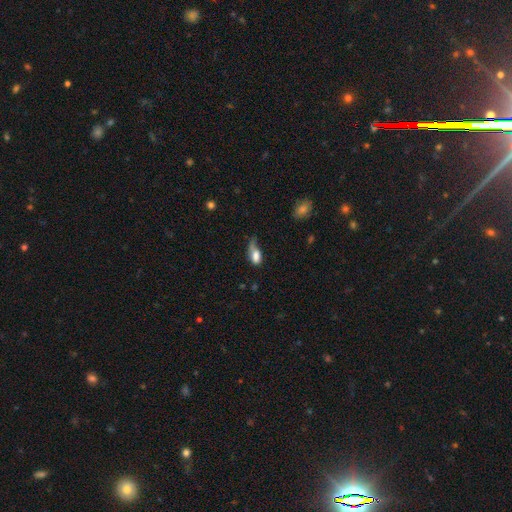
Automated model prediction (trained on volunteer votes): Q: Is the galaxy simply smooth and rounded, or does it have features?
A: smooth — 75%.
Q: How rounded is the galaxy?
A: in between — 84%.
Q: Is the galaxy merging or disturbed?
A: major disturbance — 37%.